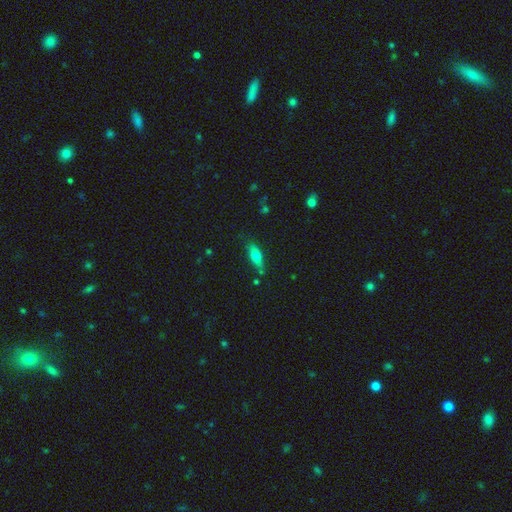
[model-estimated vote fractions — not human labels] Overall: smooth (65%; featured or disk 27%). How rounded: in between (53%; cigar-shaped 43%). Merging: none (74%).